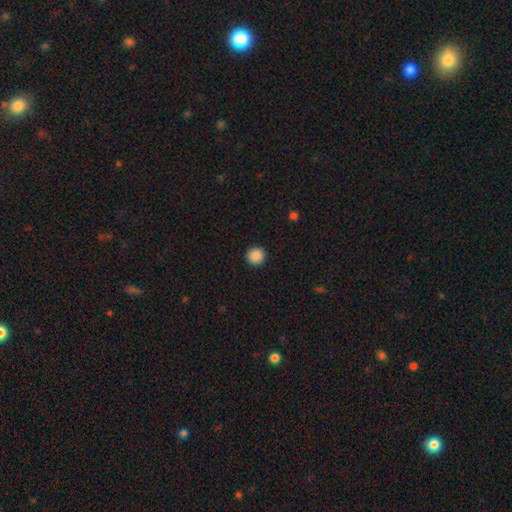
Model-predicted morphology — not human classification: Q: Smooth or featured?
A: smooth (88%); runner-up: star or artifact (9%)
Q: How rounded?
A: round (95%); runner-up: in between (5%)
Q: Merging?
A: none (93%); runner-up: minor disturbance (5%)